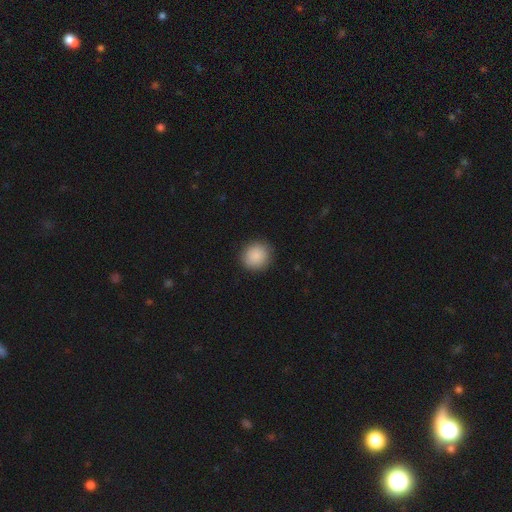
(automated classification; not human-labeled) Smooth or featured? Predicted: smooth (p=0.89). How rounded? Predicted: round (p=0.88). Merging? Predicted: none (p=0.89).